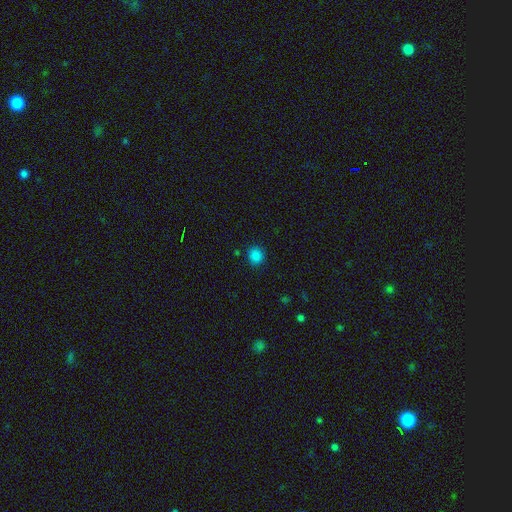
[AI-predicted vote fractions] smooth_or_featured: smooth (p=0.84) [alt: star or artifact p=0.13]
how_rounded: round (p=0.83) [alt: in between p=0.16]
merging: none (p=0.88) [alt: minor disturbance p=0.08]